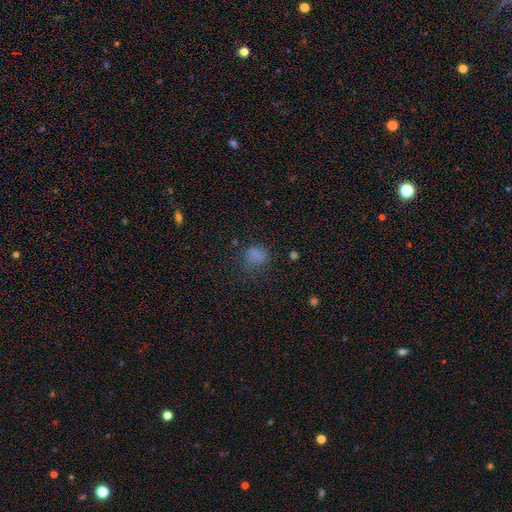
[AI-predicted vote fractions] smooth_or_featured: smooth (p=0.73) [alt: star or artifact p=0.18]
how_rounded: in between (p=0.49) [tied with: round p=0.49]
merging: none (p=0.59) [alt: minor disturbance p=0.22]